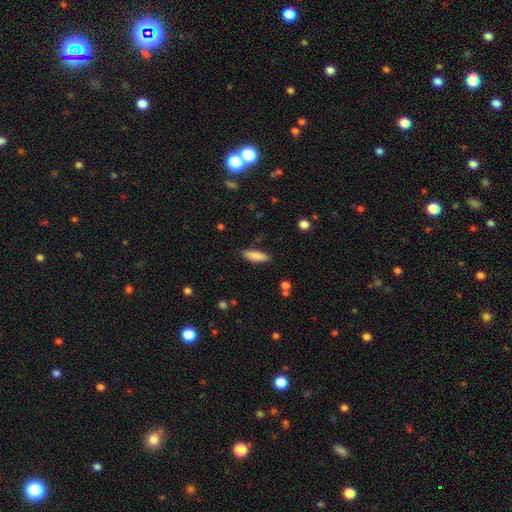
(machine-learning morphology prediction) Smooth or featured? smooth (85%)
How rounded? cigar-shaped (51%)
Merging? none (86%)